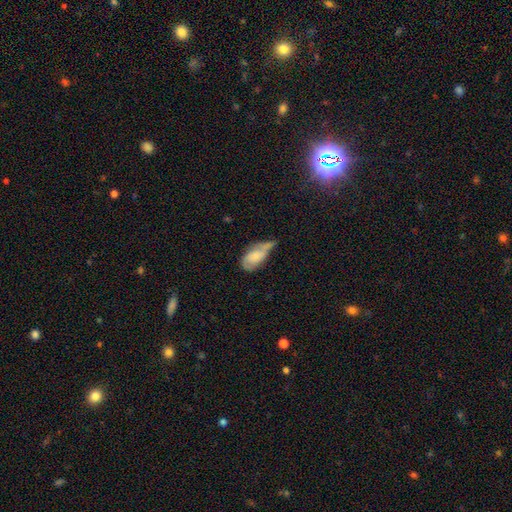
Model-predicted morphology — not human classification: This is possibly a smooth galaxy (56%). How rounded: clearly in between (89%). Merging: marginally minor disturbance (35%).